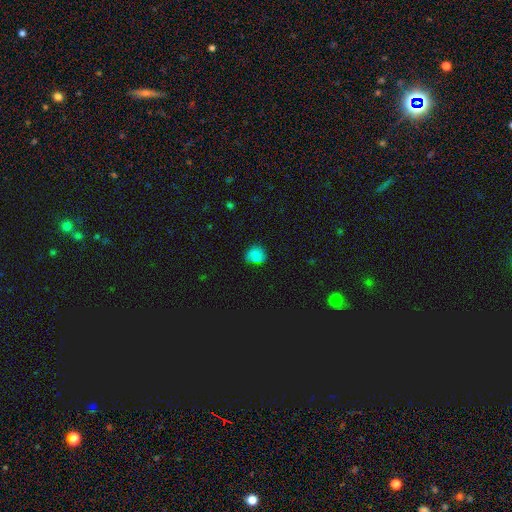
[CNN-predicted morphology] Smooth or featured: smooth — 80% (star or artifact — 12%)
How rounded: round — 74% (in between — 25%)
Merging: none — 69% (minor disturbance — 25%)